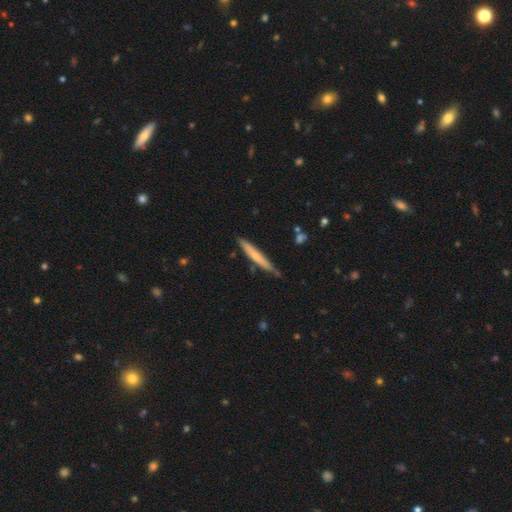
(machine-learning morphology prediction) Smooth or featured: smooth — 59% (featured or disk — 35%)
How rounded: cigar-shaped — 95% (in between — 3%)
Merging: none — 81% (minor disturbance — 15%)